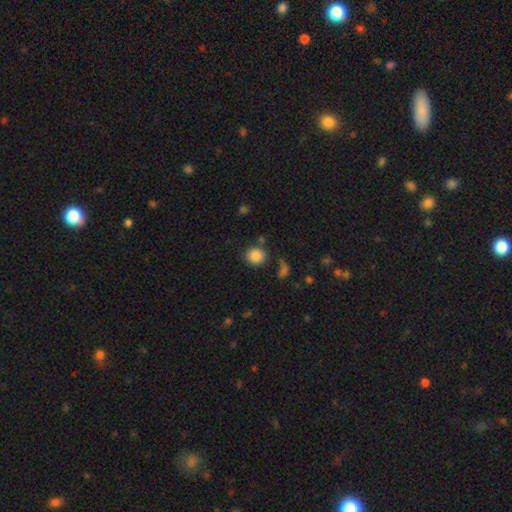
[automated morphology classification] A smooth galaxy with no disk features (86%) that is round (82%).

Vote fractions:
- Smooth or featured? smooth: 86% / star or artifact: 9% / featured or disk: 5%
- How rounded? round: 82% / in between: 17% / cigar-shaped: 1%
- Merging? none: 78% / minor disturbance: 11% / merger: 7% / major disturbance: 5%